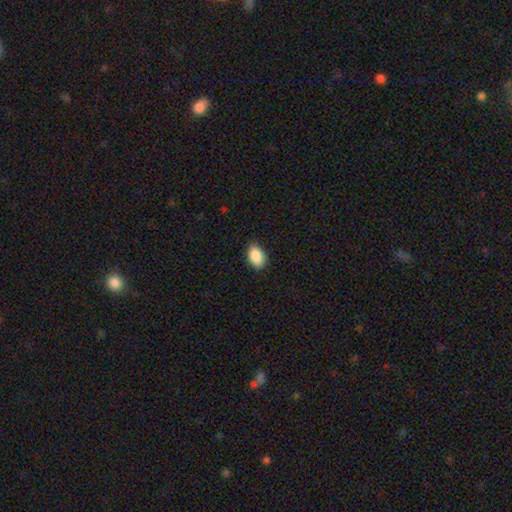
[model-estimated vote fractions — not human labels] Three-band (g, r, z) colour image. It shows a smooth galaxy with no disk features (89%) that is in between round and cigar-shaped (90%). Merging: none (85%).